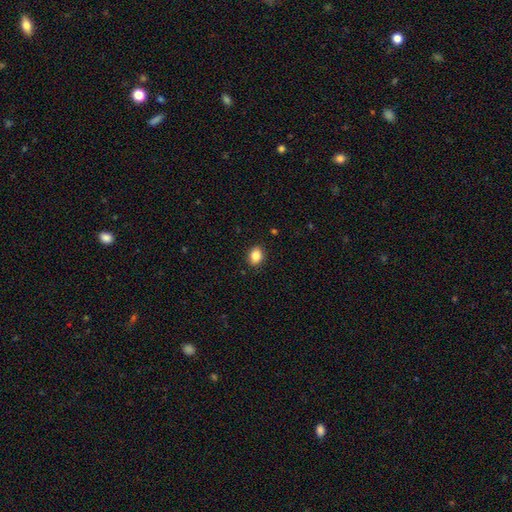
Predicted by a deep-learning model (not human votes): Smooth or featured? Predicted: smooth (p=0.86). How rounded? Predicted: in between (p=0.63). Merging? Predicted: none (p=0.90).